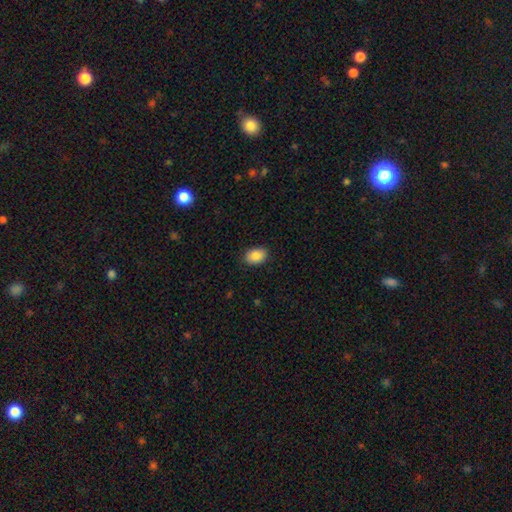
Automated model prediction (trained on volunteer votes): smooth_or_featured: smooth (p=0.87) [alt: star or artifact p=0.07]
how_rounded: in between (p=0.83) [alt: round p=0.16]
merging: none (p=0.89) [alt: minor disturbance p=0.08]